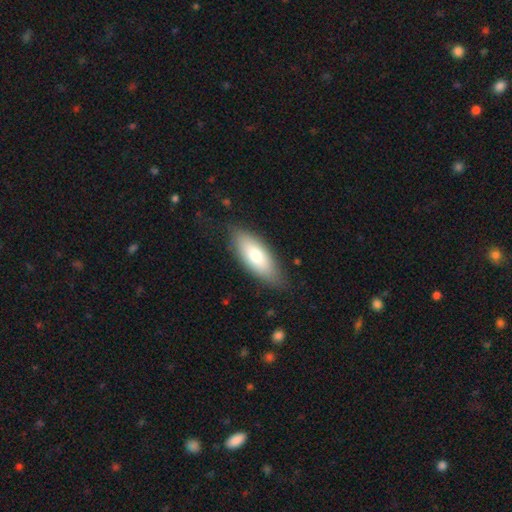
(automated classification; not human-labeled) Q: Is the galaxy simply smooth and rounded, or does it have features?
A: smooth — 72%.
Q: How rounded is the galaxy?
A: in between — 74%.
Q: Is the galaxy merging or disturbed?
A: none — 80%.